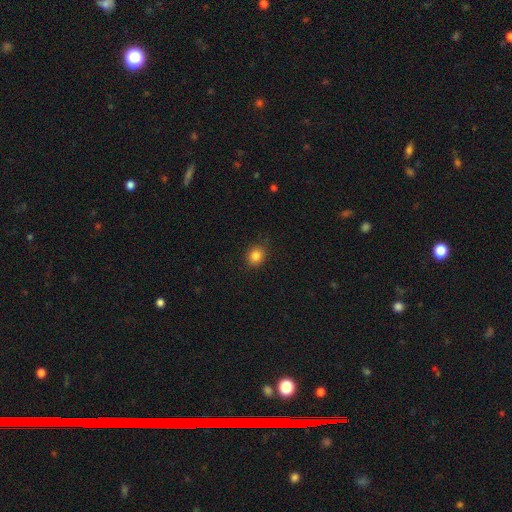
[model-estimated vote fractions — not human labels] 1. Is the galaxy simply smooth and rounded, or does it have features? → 84% smooth, 11% star or artifact, 5% featured or disk.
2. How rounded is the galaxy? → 68% round, 31% in between, 1% cigar-shaped.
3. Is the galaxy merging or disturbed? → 84% none, 13% minor disturbance, 3% major disturbance, 1% merger.